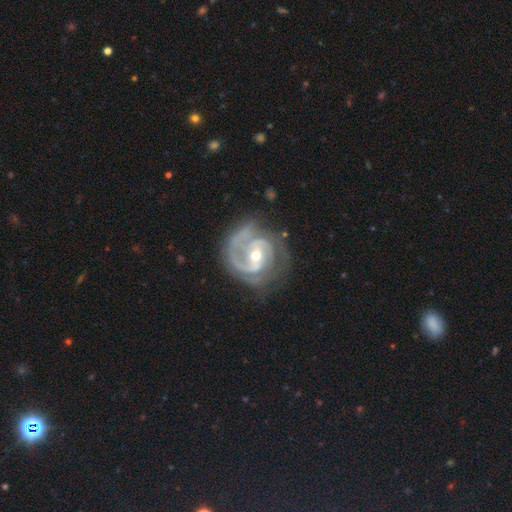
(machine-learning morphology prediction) Smooth or featured: featured or disk — 91% (star or artifact — 5%)
Edge-on disk: no — 98% (yes — 2%)
Bar: no — 43% (weak — 39%)
Spiral arms: yes — 97% (no — 3%)
Spiral winding: tight — 50% (medium — 41%)
Spiral arm count: 2 — 58% (3 — 17%)
Bulge size: moderate — 52% (small — 44%)
Merging: none — 63% (minor disturbance — 21%)